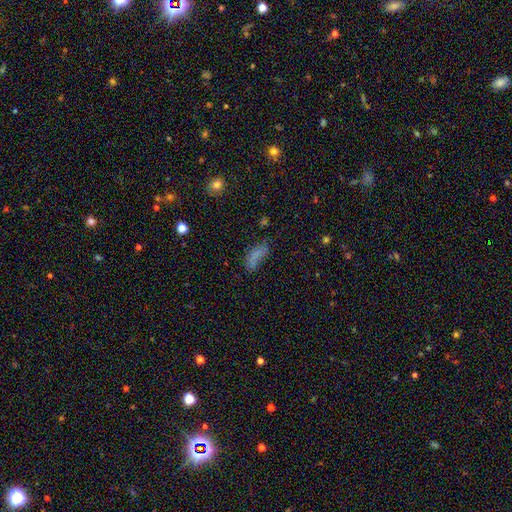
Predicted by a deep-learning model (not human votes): Smooth or featured: smooth — 70% (featured or disk — 15%)
How rounded: in between — 73% (cigar-shaped — 24%)
Merging: none — 45% (minor disturbance — 28%)